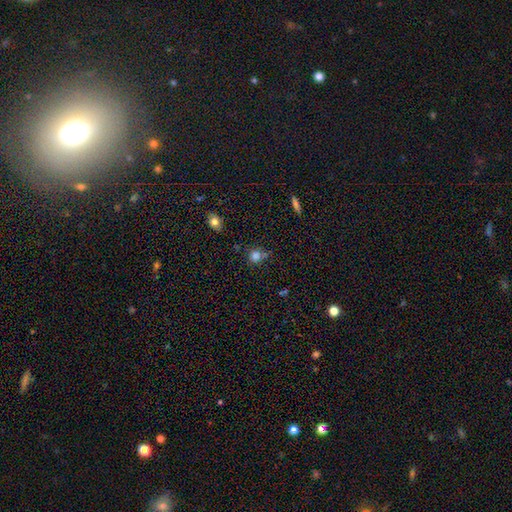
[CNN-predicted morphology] A smooth galaxy with no disk features (79%) that is round (83%).

Vote fractions:
- Smooth or featured? smooth: 79% / star or artifact: 15% / featured or disk: 6%
- How rounded? round: 83% / in between: 15% / cigar-shaped: 1%
- Merging? none: 64% / minor disturbance: 17% / merger: 13% / major disturbance: 6%